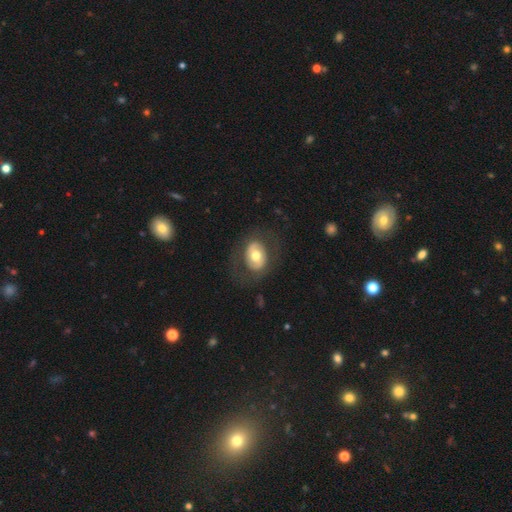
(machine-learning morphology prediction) type=smooth (50%); merging=none (72%).